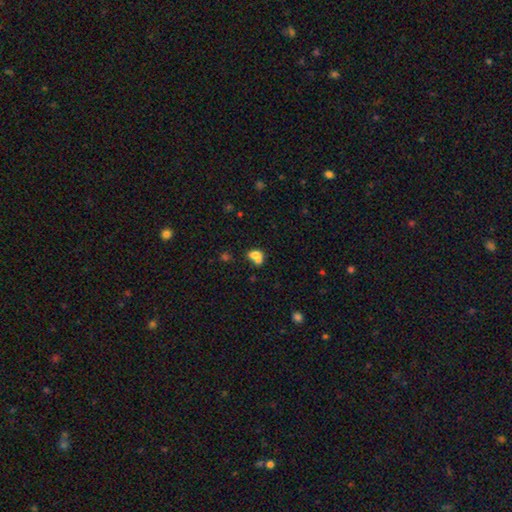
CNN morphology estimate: A smooth galaxy with no disk features (72%) that is in between round and cigar-shaped (57%). Merging: merger (62%).